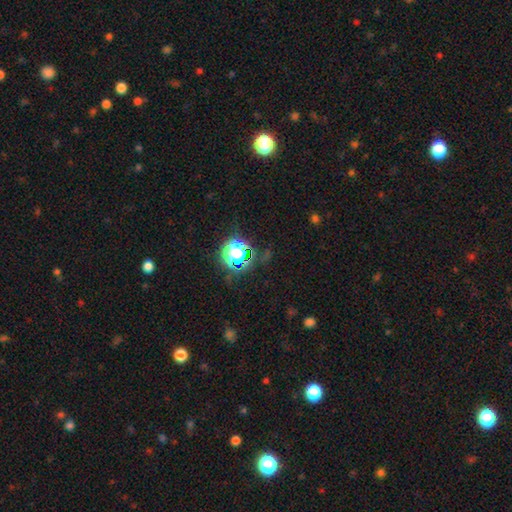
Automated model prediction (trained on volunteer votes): Overall: star or artifact (74%).